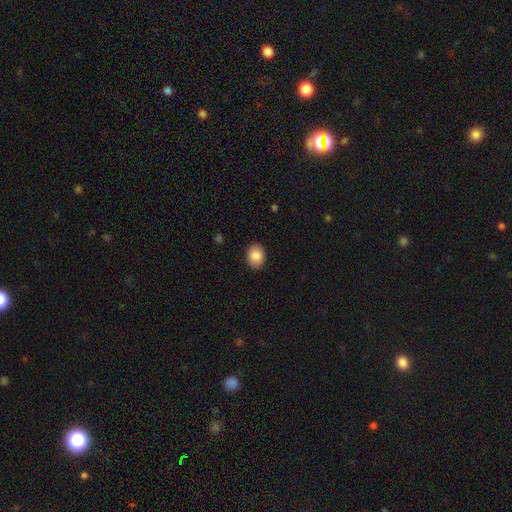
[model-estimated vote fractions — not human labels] A smooth galaxy with no disk features (86%) that is in between round and cigar-shaped (52%). Merging: none (90%).